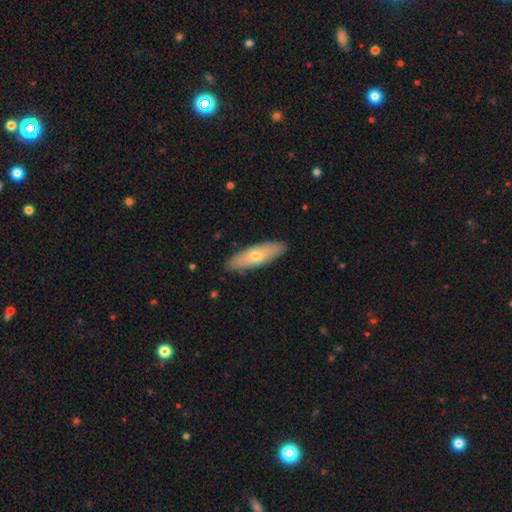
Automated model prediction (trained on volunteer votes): Overall: smooth (59%; featured or disk 35%). How rounded: cigar-shaped (53%; in between 45%). Merging: none (89%).